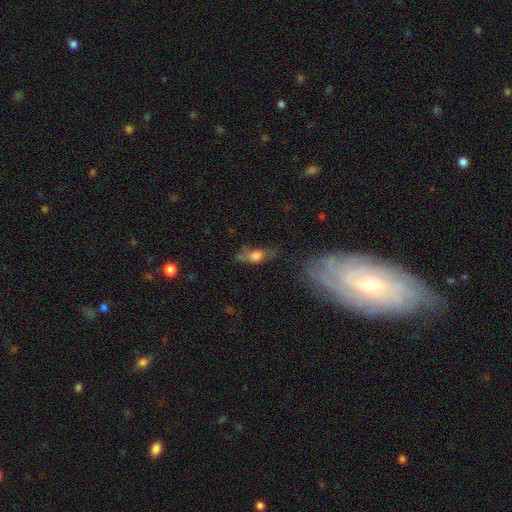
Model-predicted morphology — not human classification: smooth-or-featured: smooth: 52% | featured or disk: 37% | star or artifact: 11%
  how-rounded: in between: 56% | cigar-shaped: 36% | round: 8%
  merging: none: 56% | minor disturbance: 24% | major disturbance: 15% | merger: 5%